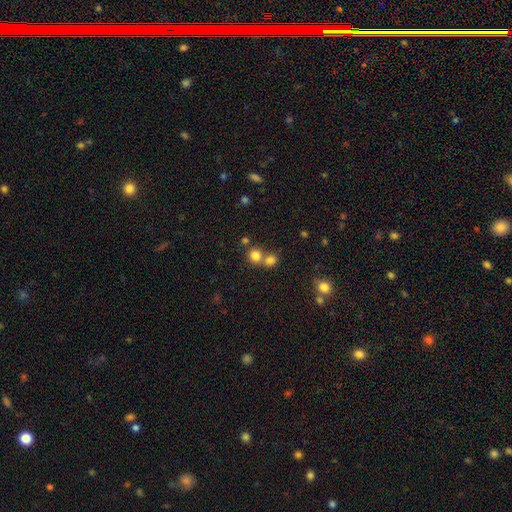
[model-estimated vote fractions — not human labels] Smooth or featured: smooth — 79% (star or artifact — 14%)
How rounded: round — 86% (in between — 13%)
Merging: none — 51% (merger — 40%)